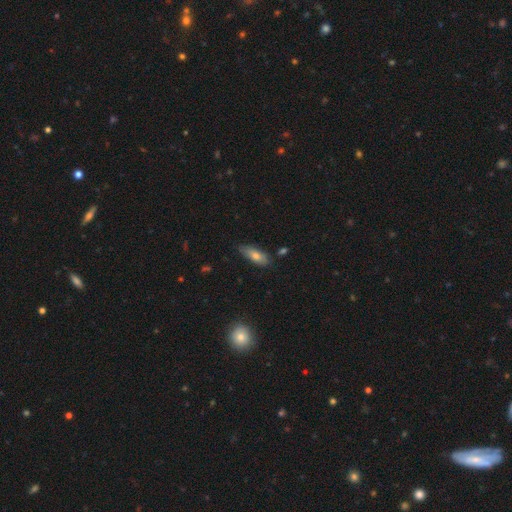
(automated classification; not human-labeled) Smooth or featured: smooth — 72% (featured or disk — 20%)
How rounded: in between — 70% (cigar-shaped — 27%)
Merging: none — 77% (minor disturbance — 18%)